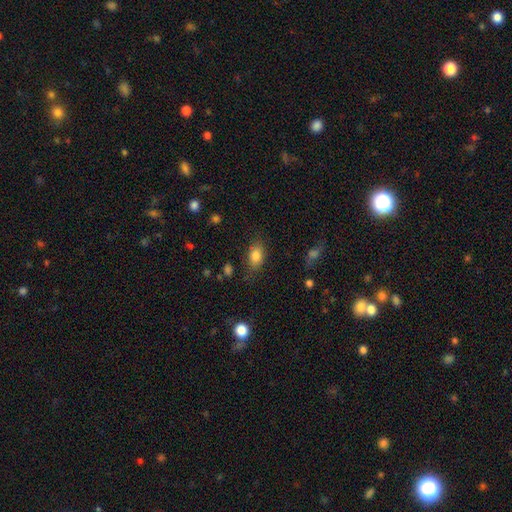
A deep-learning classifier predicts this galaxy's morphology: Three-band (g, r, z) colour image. It shows a smooth galaxy with no disk features (82%) that is in between round and cigar-shaped (85%). Merging: none (78%).